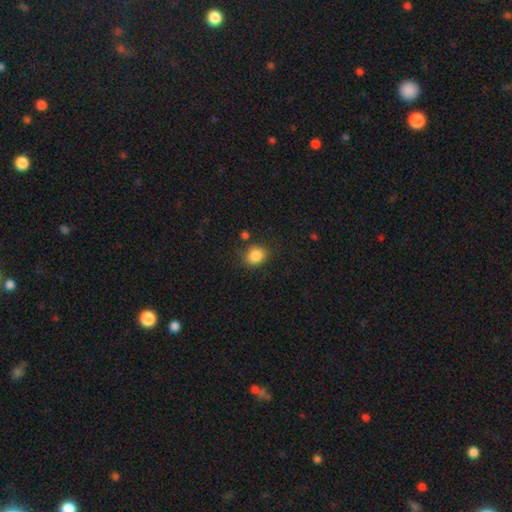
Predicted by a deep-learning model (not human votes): This appears to be a smooth galaxy with no disk features (86%) that is round (58%). Merging: none (76%).